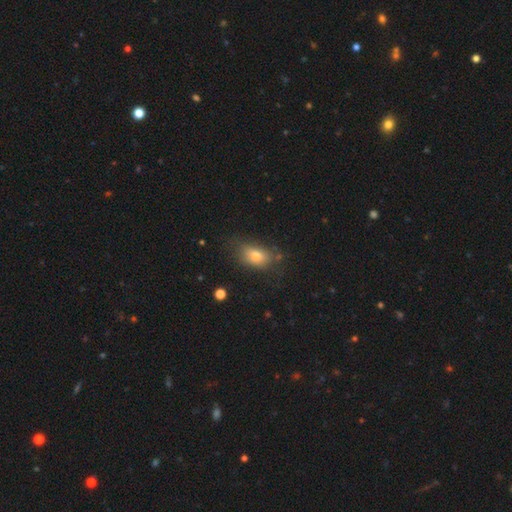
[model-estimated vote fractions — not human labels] Smooth or featured: smooth — 77% (featured or disk — 12%)
How rounded: in between — 84% (round — 13%)
Merging: none — 67% (minor disturbance — 22%)